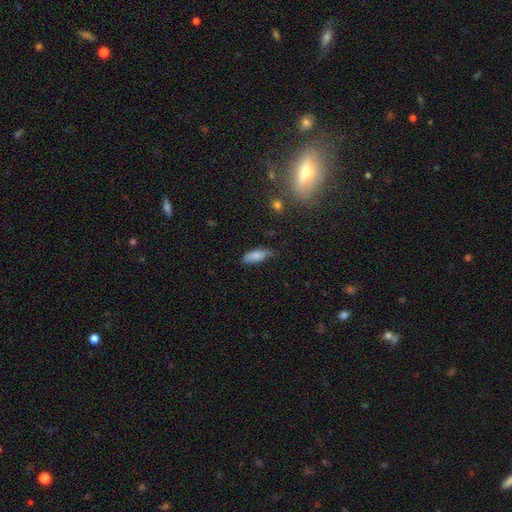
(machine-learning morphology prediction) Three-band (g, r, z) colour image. It shows a smooth galaxy with no disk features (84%) that is in between round and cigar-shaped (74%). Merging: none (55%).